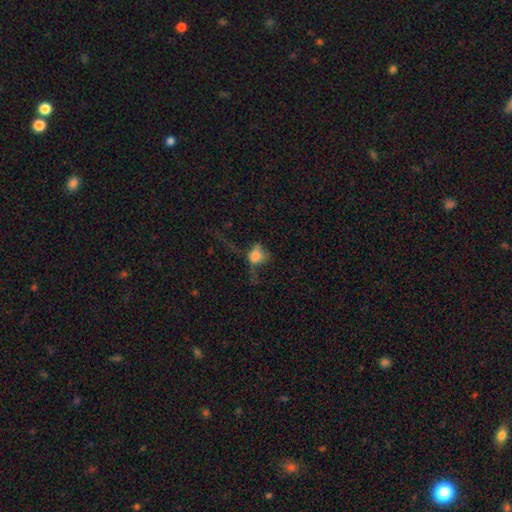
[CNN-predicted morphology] type=smooth (61%); roundness=round (49%); merging=major disturbance (50%).